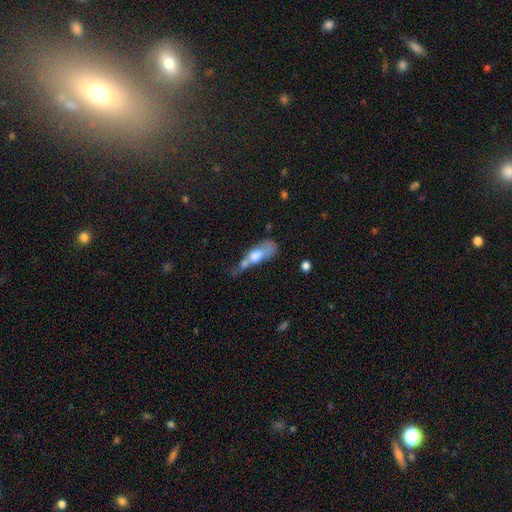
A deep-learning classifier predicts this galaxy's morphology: This is possibly a smooth galaxy (59%). How rounded: likely in between (63%). Merging: marginally merger (42%).